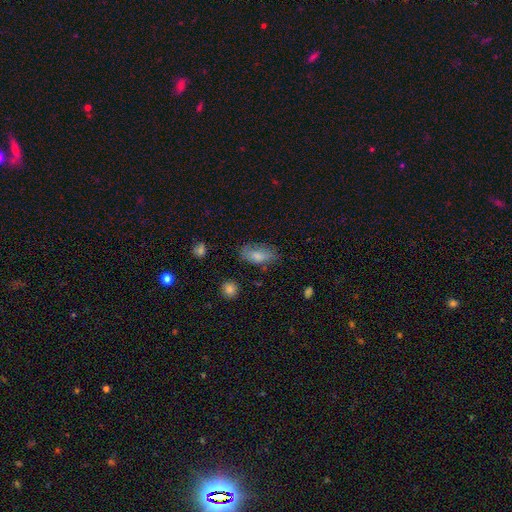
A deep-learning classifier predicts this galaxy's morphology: Smooth or featured: smooth — 66% (featured or disk — 22%)
How rounded: in between — 84% (cigar-shaped — 10%)
Merging: none — 71% (minor disturbance — 21%)